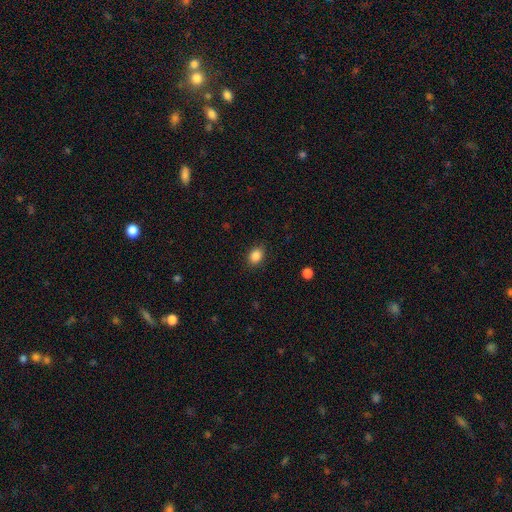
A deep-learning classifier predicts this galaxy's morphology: This appears to be a smooth galaxy with no disk features (87%) that is in between round and cigar-shaped (66%). Merging: none (86%).